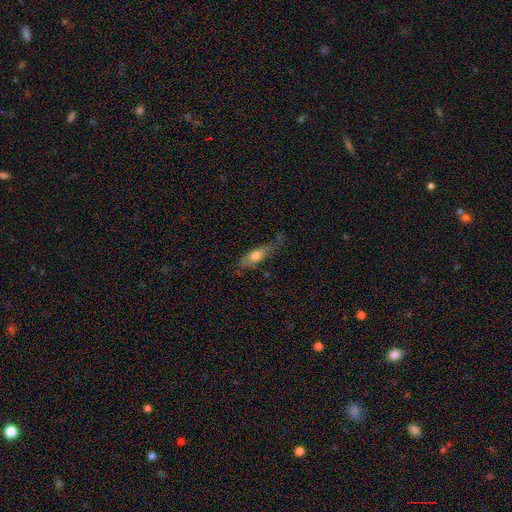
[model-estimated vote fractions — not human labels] smooth_or_featured: smooth (p=0.60) [alt: featured or disk p=0.33]
how_rounded: cigar-shaped (p=0.51) [alt: in between p=0.46]
merging: none (p=0.58) [alt: minor disturbance p=0.28]